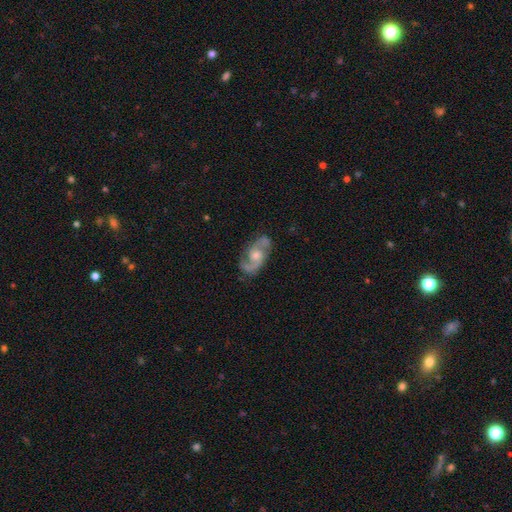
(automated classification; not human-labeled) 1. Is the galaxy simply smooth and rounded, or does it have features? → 87% featured or disk, 7% smooth, 6% star or artifact.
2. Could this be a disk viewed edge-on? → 96% no, 4% yes.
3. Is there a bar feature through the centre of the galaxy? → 60% no, 34% weak, 6% strong.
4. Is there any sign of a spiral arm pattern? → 97% yes, 3% no.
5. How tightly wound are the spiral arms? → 56% medium, 24% loose, 19% tight.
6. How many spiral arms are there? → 91% 2, 3% can't tell, 2% 1, 2% 3, 1% 4, 1% more than 4.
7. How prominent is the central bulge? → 62% moderate, 21% small, 11% large, 4% none, 1% dominant.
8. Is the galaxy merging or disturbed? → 78% none, 15% minor disturbance, 5% major disturbance, 2% merger.